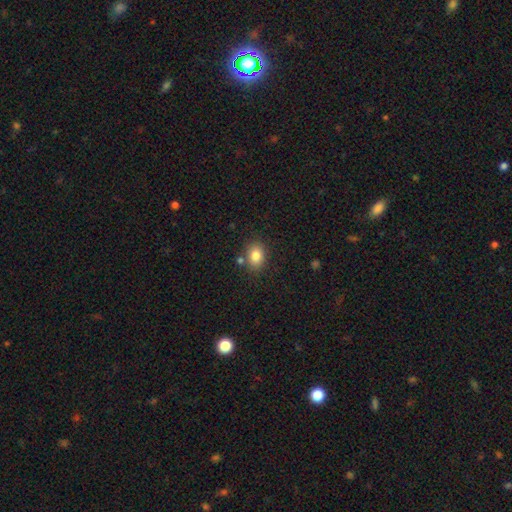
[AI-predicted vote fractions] This is clearly a smooth galaxy (83%). How rounded: likely in between (66%). Merging: likely none (78%).